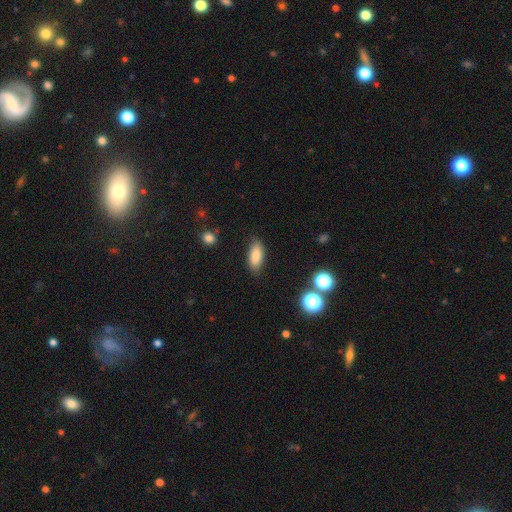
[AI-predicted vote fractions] Smooth or featured?
  - smooth: 85% *
  - star or artifact: 8%
  - featured or disk: 7%
How rounded?
  - in between: 82% *
  - cigar-shaped: 15%
  - round: 3%
Merging?
  - none: 84% *
  - minor disturbance: 11%
  - major disturbance: 3%
  - merger: 2%